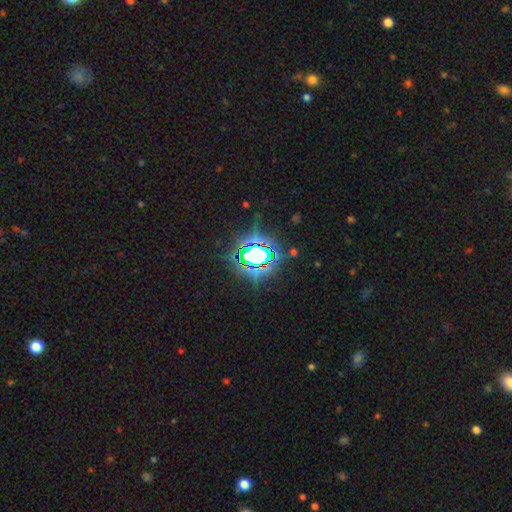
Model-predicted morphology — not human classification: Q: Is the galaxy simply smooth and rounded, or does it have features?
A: star or artifact — 75%.